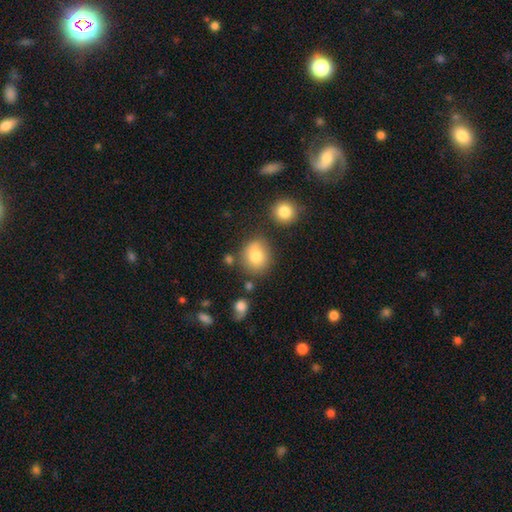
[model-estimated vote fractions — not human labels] smooth-or-featured: smooth: 79% | star or artifact: 11% | featured or disk: 10%
  how-rounded: round: 75% | in between: 24% | cigar-shaped: 1%
  merging: none: 70% | minor disturbance: 17% | merger: 8% | major disturbance: 5%